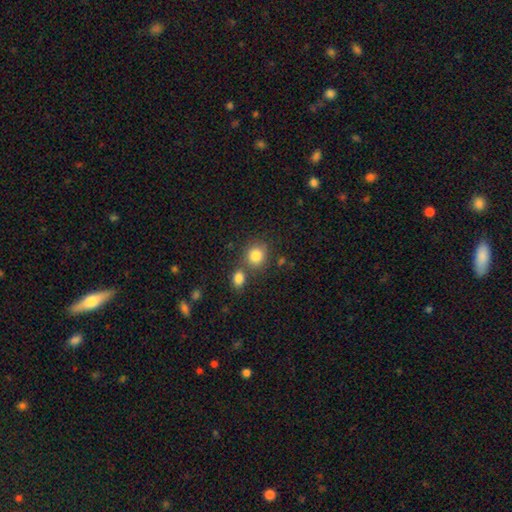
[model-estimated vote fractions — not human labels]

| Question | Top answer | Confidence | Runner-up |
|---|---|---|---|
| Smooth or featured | smooth | 83% | star or artifact (10%) |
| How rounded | round | 77% | in between (22%) |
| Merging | none | 64% | merger (22%) |